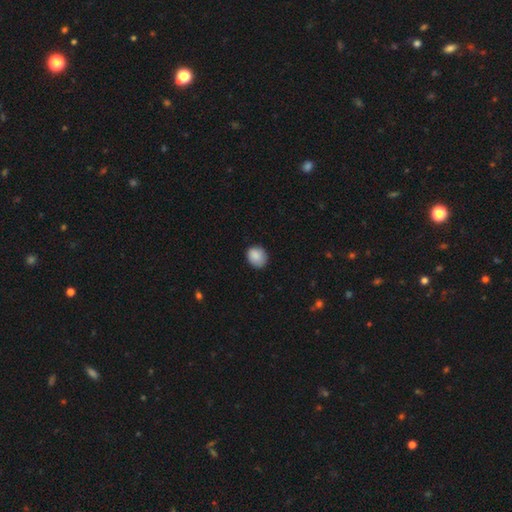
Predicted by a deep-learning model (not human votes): Morphology: type=smooth (88%); roundness=round (63%); merging=none (77%).